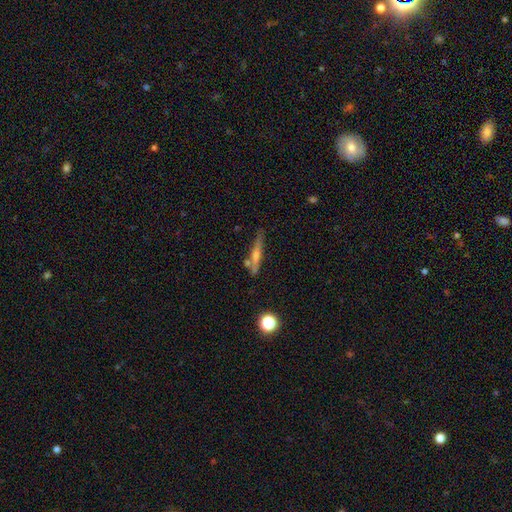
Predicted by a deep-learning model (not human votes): This is likely a featured or disk galaxy (61%). It is clearly viewed edge-on (94%). Edge-on bulge: likely rounded (80%). Merging: likely none (73%).